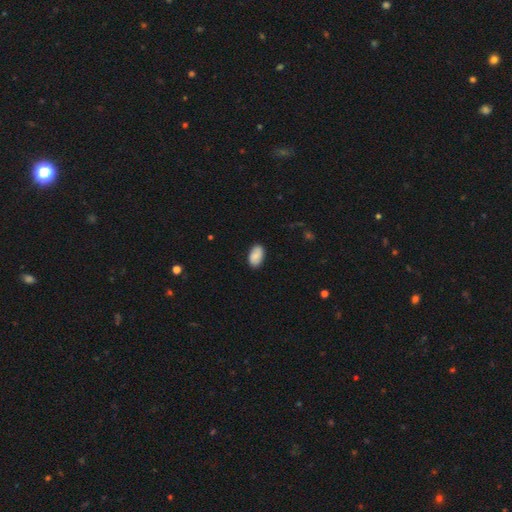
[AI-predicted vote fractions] This appears to be a smooth galaxy with no disk features (84%) that is in between round and cigar-shaped (94%). Merging: none (86%).